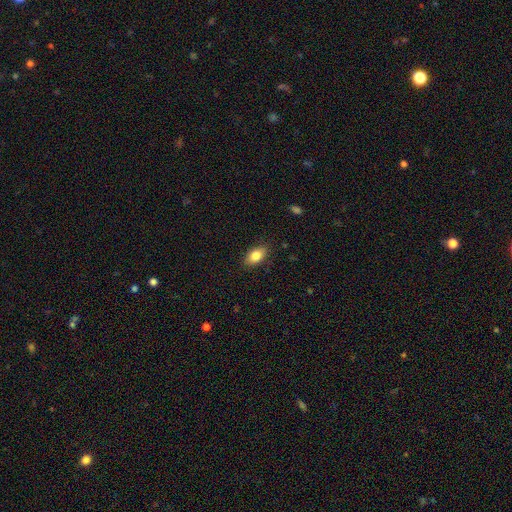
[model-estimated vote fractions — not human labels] Smooth or featured? Predicted: smooth (p=0.82). How rounded? Predicted: in between (p=0.89). Merging? Predicted: none (p=0.86).